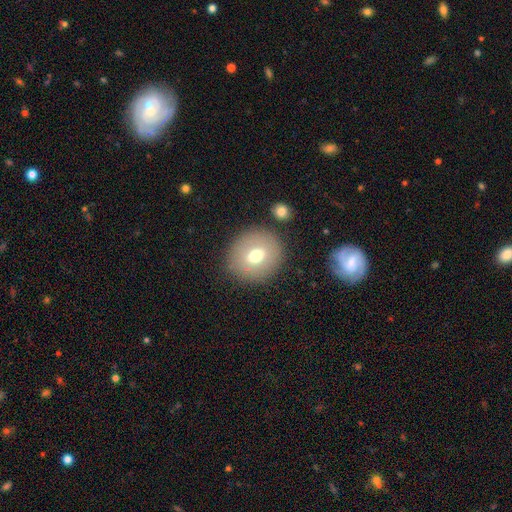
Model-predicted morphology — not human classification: Smooth or featured: smooth — 67% (featured or disk — 23%)
How rounded: round — 77% (in between — 22%)
Merging: none — 82% (minor disturbance — 10%)